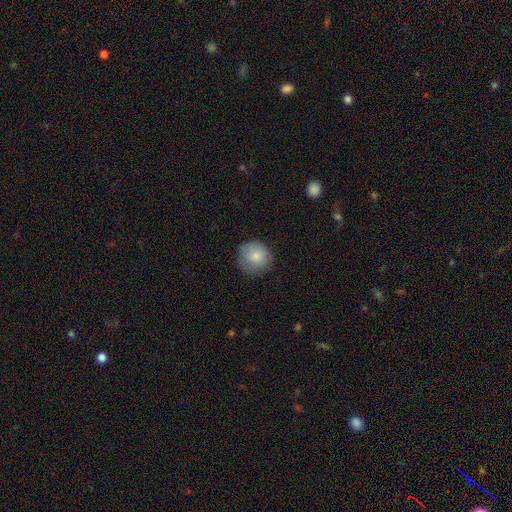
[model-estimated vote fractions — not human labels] This appears to be a smooth galaxy with no disk features (83%) that is round (90%). Merging: none (78%).